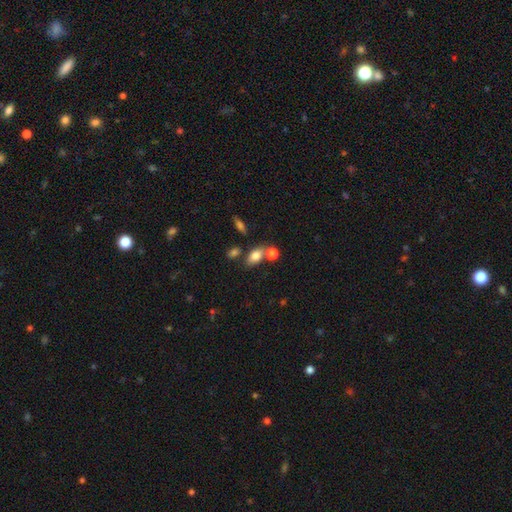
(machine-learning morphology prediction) This appears to be a smooth galaxy with no disk features (79%) that is in between round and cigar-shaped (79%). Merging: none (54%).